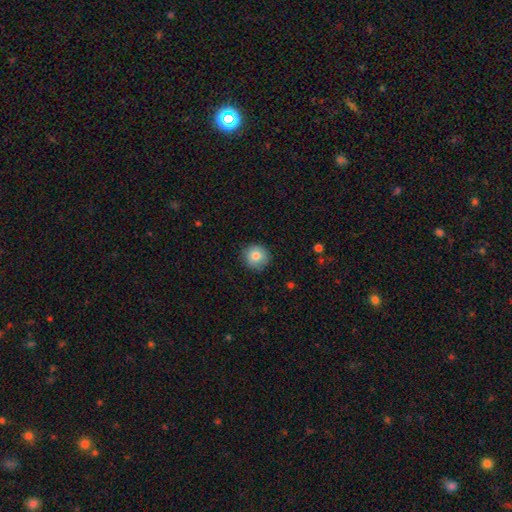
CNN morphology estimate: Smooth or featured? Predicted: smooth (p=0.82). How rounded? Predicted: round (p=0.93). Merging? Predicted: none (p=0.88).